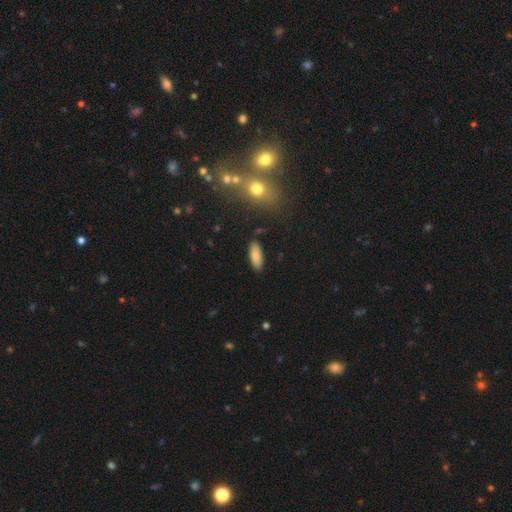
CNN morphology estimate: smooth_or_featured: smooth (p=0.78) [alt: featured or disk p=0.13]
how_rounded: in between (p=0.77) [alt: cigar-shaped p=0.20]
merging: none (p=0.86) [alt: minor disturbance p=0.10]